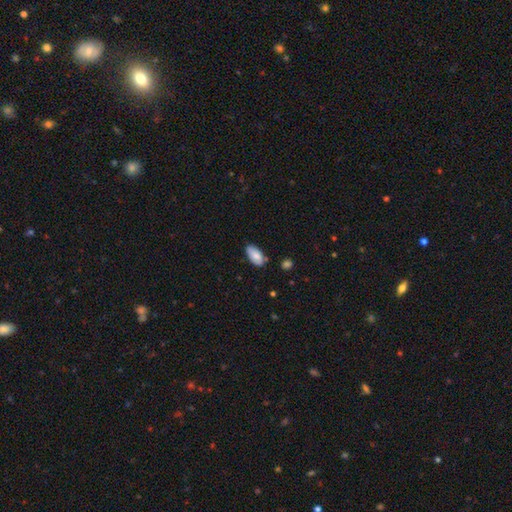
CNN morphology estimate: Overall: smooth (80%). How rounded: in between (94%). Merging: none (71%).